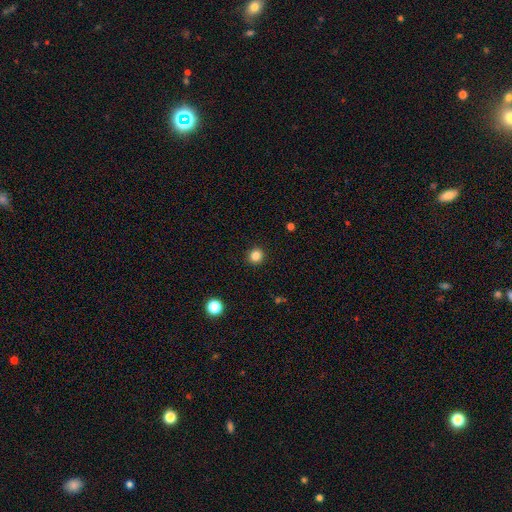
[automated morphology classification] Smooth or featured?
  - smooth: 84% *
  - star or artifact: 12%
  - featured or disk: 4%
How rounded?
  - round: 91% *
  - in between: 8%
  - cigar-shaped: 1%
Merging?
  - none: 92% *
  - minor disturbance: 5%
  - major disturbance: 2%
  - merger: 1%